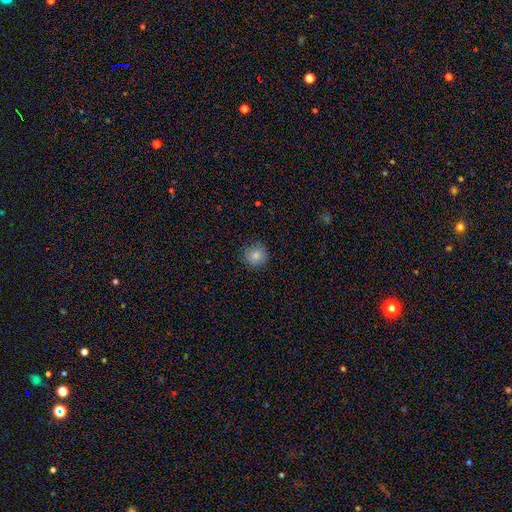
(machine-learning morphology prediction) A smooth galaxy with no disk features (81%) that is round (92%).

Vote fractions:
- Smooth or featured? smooth: 81% / star or artifact: 10% / featured or disk: 8%
- How rounded? round: 92% / in between: 7% / cigar-shaped: 1%
- Merging? none: 86% / minor disturbance: 10% / major disturbance: 2% / merger: 1%